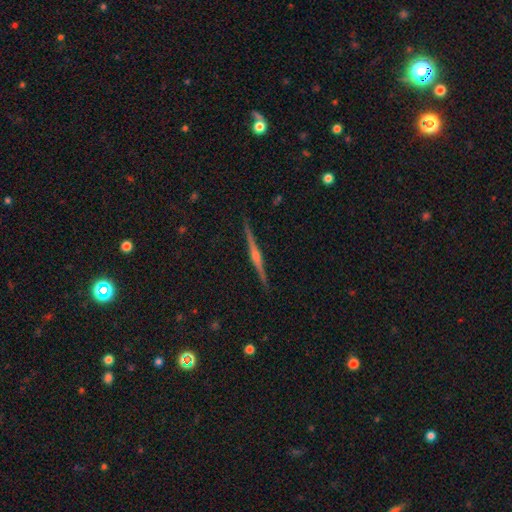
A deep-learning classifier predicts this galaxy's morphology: smooth_or_featured: featured or disk (p=0.86) [alt: smooth p=0.08]
disk_edge_on: yes (p=0.99) [alt: no p=0.01]
edge_on_bulge: rounded (p=0.89) [alt: none p=0.05]
merging: none (p=0.92) [alt: minor disturbance p=0.05]